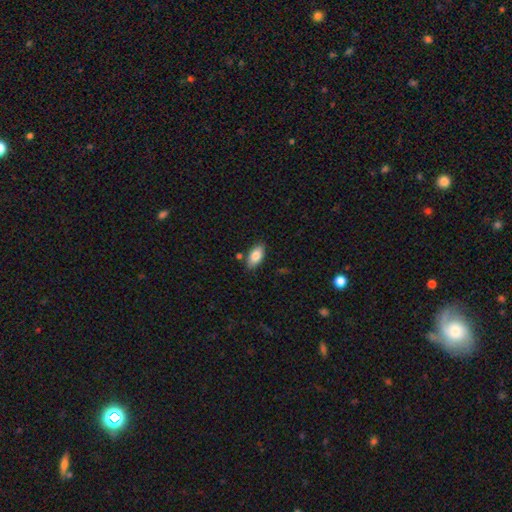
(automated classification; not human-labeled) Smooth or featured? smooth (81%)
How rounded? in between (91%)
Merging? none (83%)